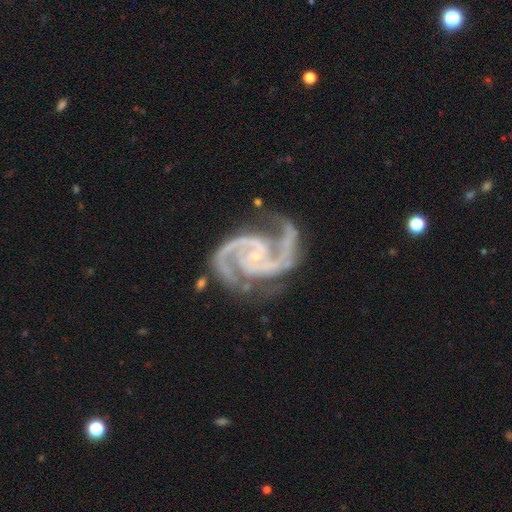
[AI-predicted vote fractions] Smooth or featured? Predicted: featured or disk (p=0.95). Edge-on disk? Predicted: no (p=0.98). Bar? Predicted: no (p=0.58). Spiral arms? Predicted: yes (p=0.99). Spiral winding? Predicted: medium (p=0.59). Spiral arm count? Predicted: 2 (p=0.87). Bulge size? Predicted: small (p=0.86). Merging? Predicted: none (p=0.65).